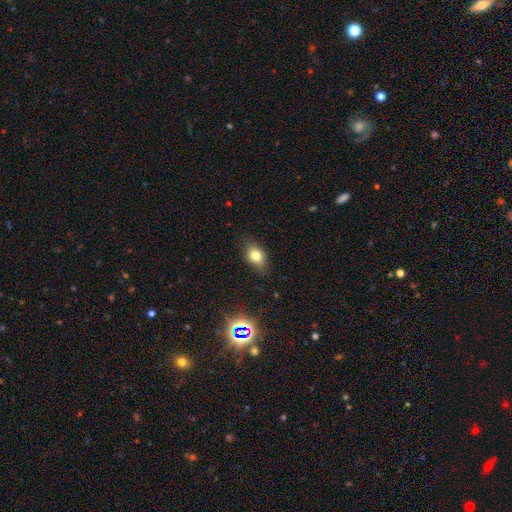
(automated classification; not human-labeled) A smooth galaxy with no disk features (74%) that is in between round and cigar-shaped (74%).

Vote fractions:
- Smooth or featured? smooth: 74% / featured or disk: 13% / star or artifact: 13%
- How rounded? in between: 74% / round: 23% / cigar-shaped: 3%
- Merging? none: 80% / minor disturbance: 15% / major disturbance: 3% / merger: 1%